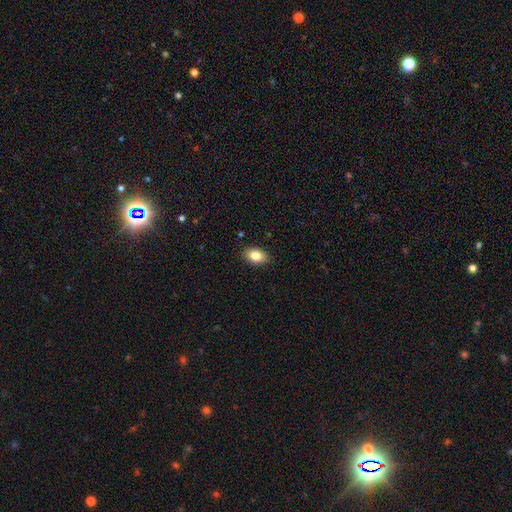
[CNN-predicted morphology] Q: Smooth or featured?
A: smooth (84%); runner-up: featured or disk (8%)
Q: How rounded?
A: in between (88%); runner-up: round (11%)
Q: Merging?
A: none (87%); runner-up: minor disturbance (10%)